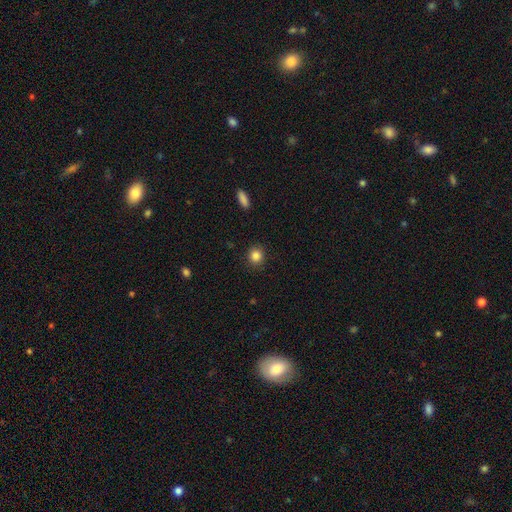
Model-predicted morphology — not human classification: This appears to be a smooth galaxy with no disk features (86%) that is round (84%). Merging: none (89%).